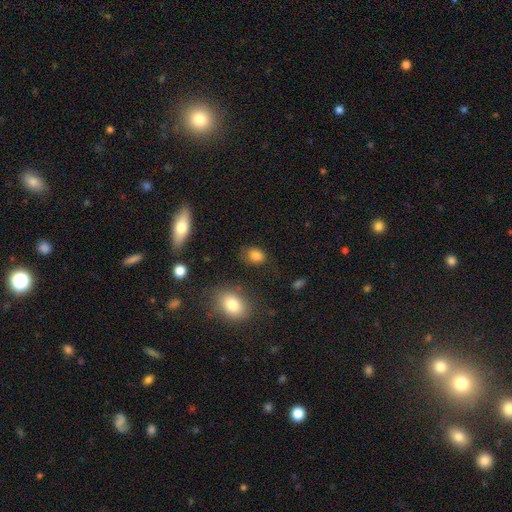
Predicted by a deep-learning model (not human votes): Smooth or featured: smooth — 82% (star or artifact — 12%)
How rounded: in between — 66% (round — 32%)
Merging: none — 72% (minor disturbance — 19%)